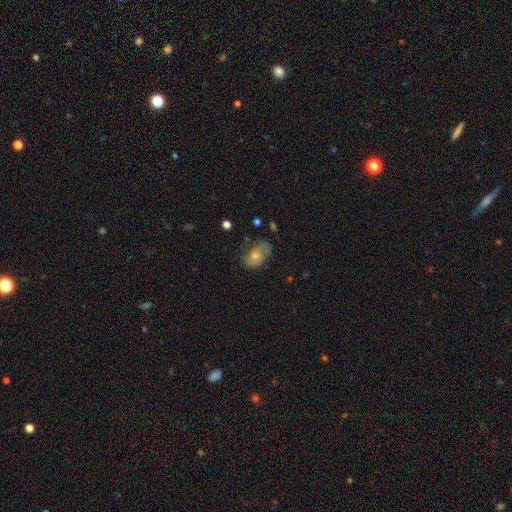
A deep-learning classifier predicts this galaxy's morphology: This appears to be a smooth galaxy with no disk features (54%) that is in between round and cigar-shaped (85%). Merging: none (59%).